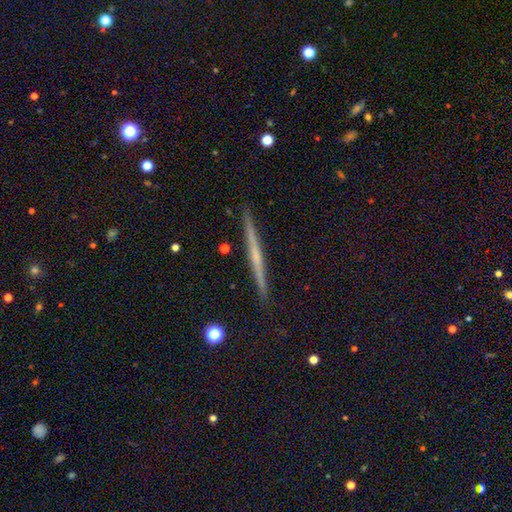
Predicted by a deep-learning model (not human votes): The model was most divided on "smooth or featured": featured or disk: 65%, smooth: 27%, star or artifact: 8%. More confident: edge-on disk — yes (98%); merging — none (92%); edge-on bulge — none (67%).